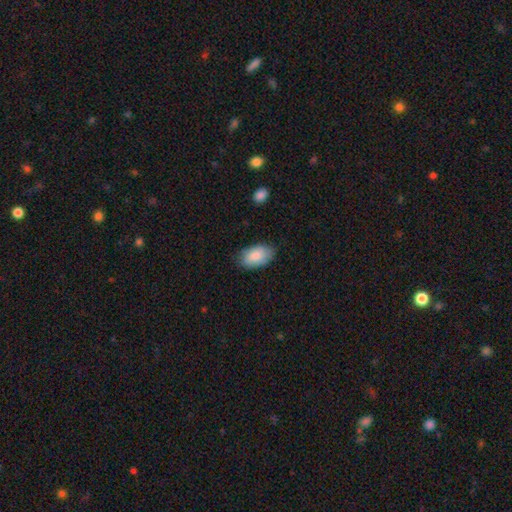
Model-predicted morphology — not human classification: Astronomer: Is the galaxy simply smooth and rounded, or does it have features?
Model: smooth — 87%.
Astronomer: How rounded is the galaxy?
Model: in between — 94%.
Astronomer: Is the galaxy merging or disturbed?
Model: none — 80%.